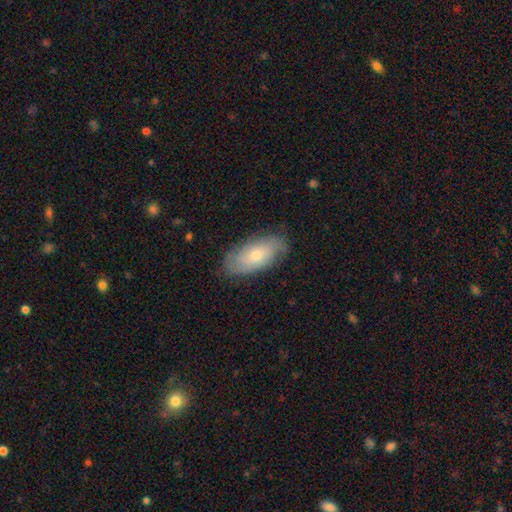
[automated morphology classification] featured or disk 51%, smooth 42%, star or artifact 7%. Down the decision tree: edge-on disk — no (89%); merging — none (80%).